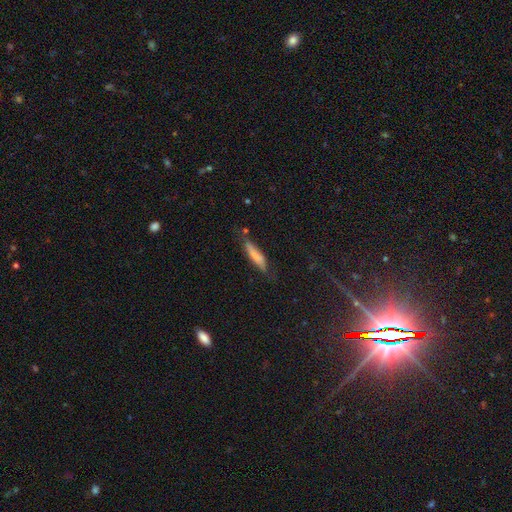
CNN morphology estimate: This appears to be a smooth galaxy with no disk features (73%) that is cigar-shaped (77%). Merging: none (56%).